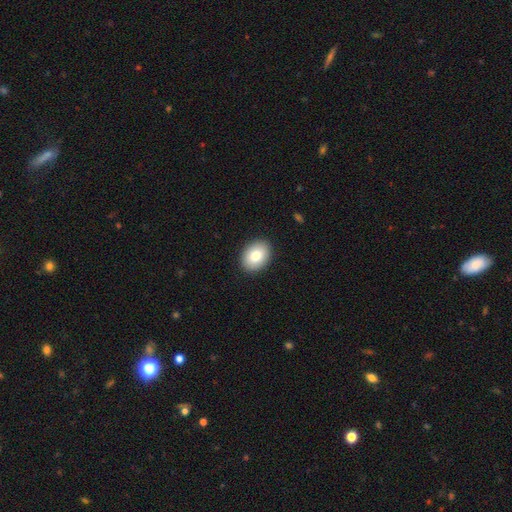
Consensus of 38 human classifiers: Volunteers were most divided on "how rounded": in between: 66%, round: 34%, cigar-shaped: 0%. More confident: merging — none (100%); smooth or featured — smooth (92%).